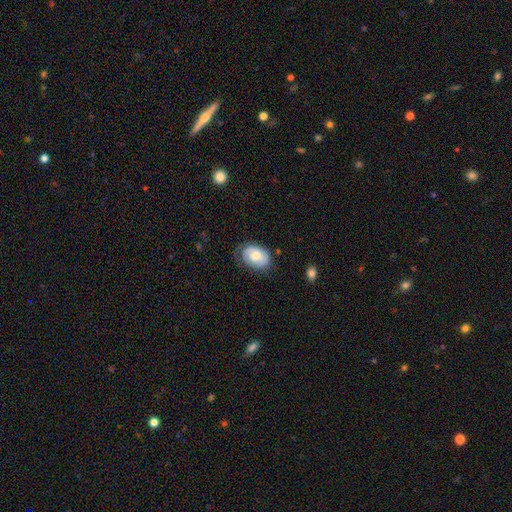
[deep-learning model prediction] smooth 48%, featured or disk 46%, star or artifact 7%. Down the decision tree: merging — none (56%).